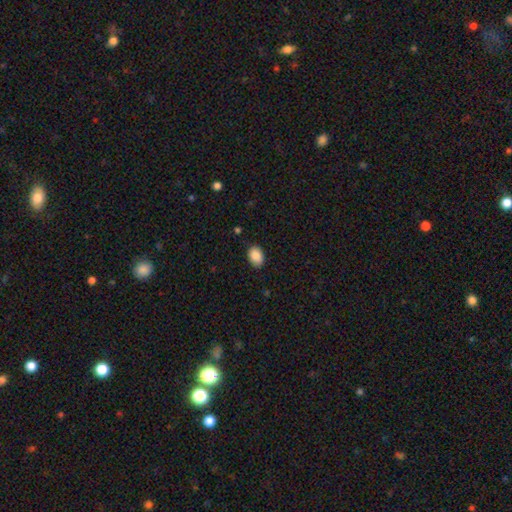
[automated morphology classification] Overall: smooth (89%). How rounded: in between (84%). Merging: none (87%).